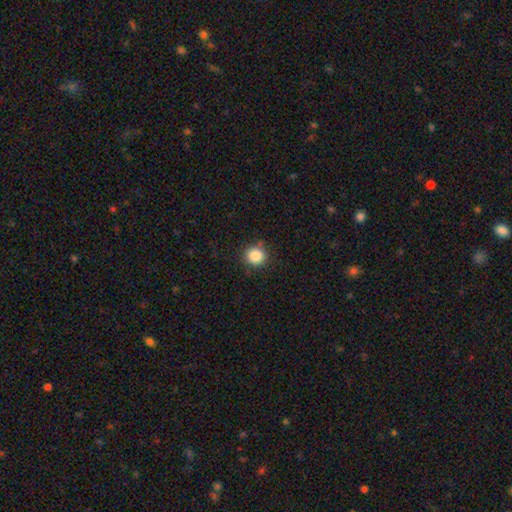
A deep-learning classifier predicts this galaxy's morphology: The model was most divided on "smooth or featured": smooth: 86%, star or artifact: 10%, featured or disk: 4%. More confident: how rounded — round (92%); merging — none (87%).